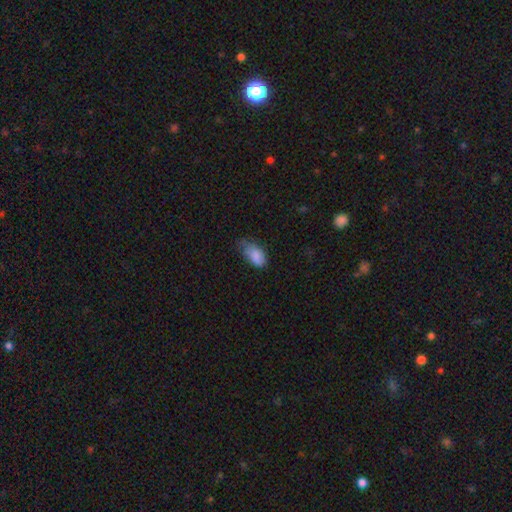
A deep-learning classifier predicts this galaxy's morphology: Smooth or featured: smooth — 83% (featured or disk — 10%)
How rounded: in between — 92% (round — 5%)
Merging: minor disturbance — 46% (none — 30%)